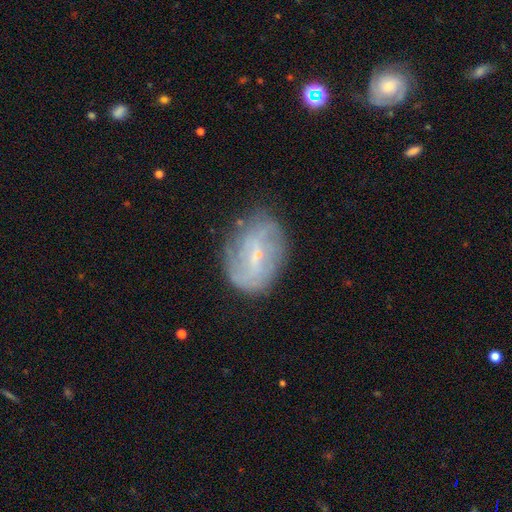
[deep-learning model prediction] Smooth or featured?
  - featured or disk: 70% *
  - smooth: 21%
  - star or artifact: 9%
Edge-on disk?
  - no: 95% *
  - yes: 5%
Bar?
  - weak: 48% *
  - no: 34%
  - strong: 18%
Spiral arms?
  - yes: 75% *
  - no: 25%
Bulge size?
  - small: 81% *
  - moderate: 15%
  - none: 2%
  - large: 1%
  - dominant: 1%
Merging?
  - none: 68% *
  - minor disturbance: 21%
  - major disturbance: 9%
  - merger: 2%